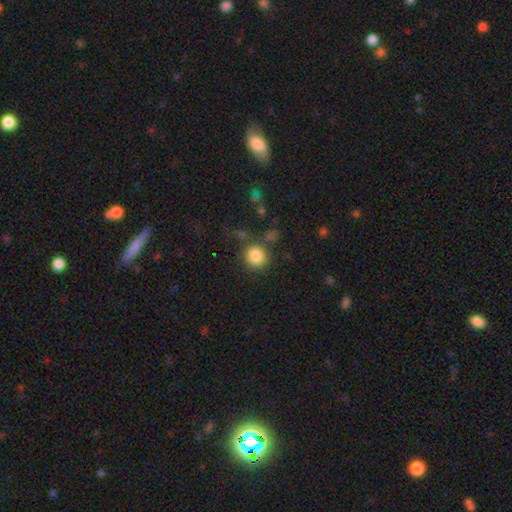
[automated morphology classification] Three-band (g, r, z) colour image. It shows a smooth galaxy with no disk features (85%) that is round (90%). Merging: none (75%).